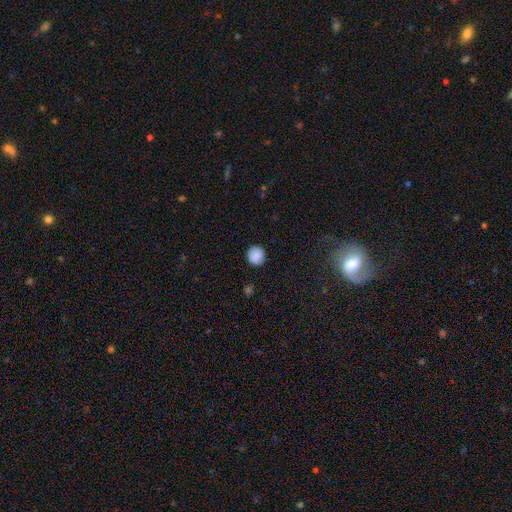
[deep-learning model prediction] Smooth or featured: smooth — 88% (star or artifact — 9%)
How rounded: round — 92% (in between — 7%)
Merging: none — 90% (minor disturbance — 7%)